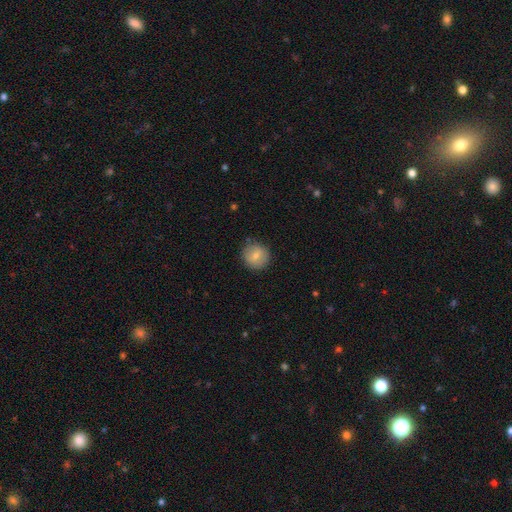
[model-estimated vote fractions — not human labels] smooth 75%, featured or disk 17%, star or artifact 8%. Down the decision tree: how rounded — round (90%); merging — none (86%).